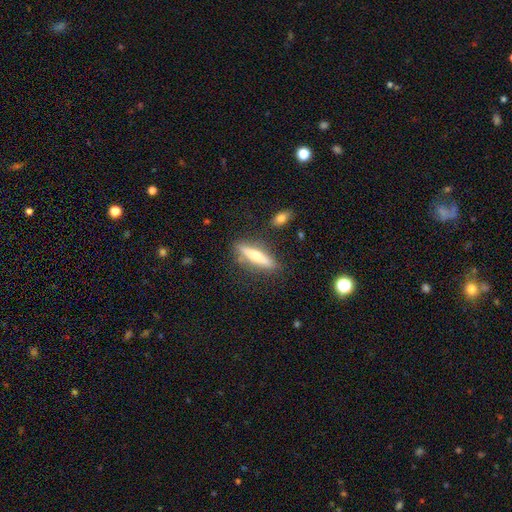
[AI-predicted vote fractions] This is possibly a featured or disk galaxy (49%). Merging: clearly none (82%).